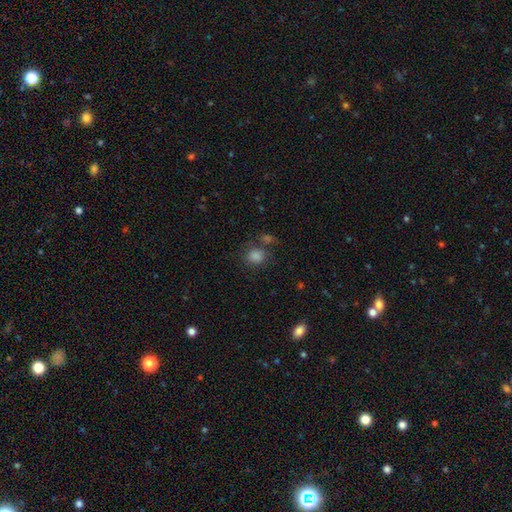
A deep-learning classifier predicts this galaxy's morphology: smooth 76%, star or artifact 16%, featured or disk 8%. Down the decision tree: how rounded — round (71%); merging — none (62%).